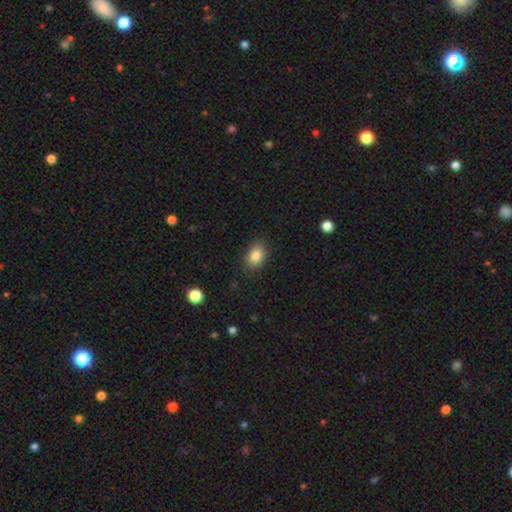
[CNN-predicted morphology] This appears to be a smooth galaxy with no disk features (84%) that is in between round and cigar-shaped (80%). Merging: none (85%).